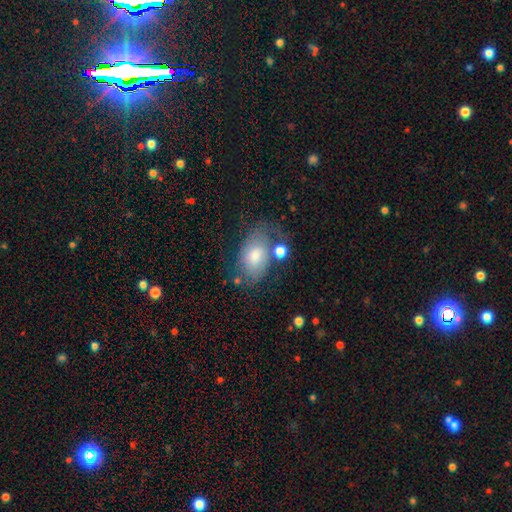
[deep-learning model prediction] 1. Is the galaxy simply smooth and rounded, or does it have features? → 57% smooth, 33% featured or disk, 10% star or artifact.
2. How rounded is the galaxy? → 85% in between, 13% round, 1% cigar-shaped.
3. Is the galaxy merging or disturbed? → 48% none, 25% minor disturbance, 16% major disturbance, 11% merger.